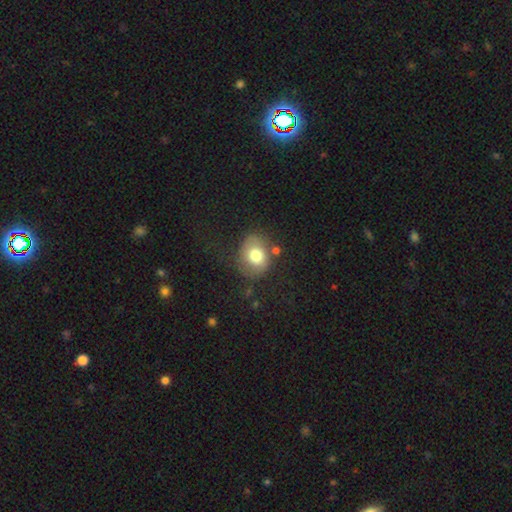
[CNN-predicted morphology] type=smooth (72%); roundness=round (58%); merging=none (66%).